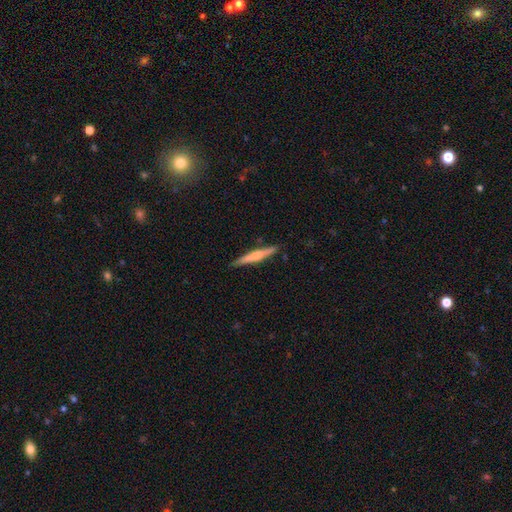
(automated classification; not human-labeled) Smooth or featured? featured or disk (53%)
Edge-on disk? yes (97%)
Edge-on bulge? rounded (73%)
Merging? none (89%)